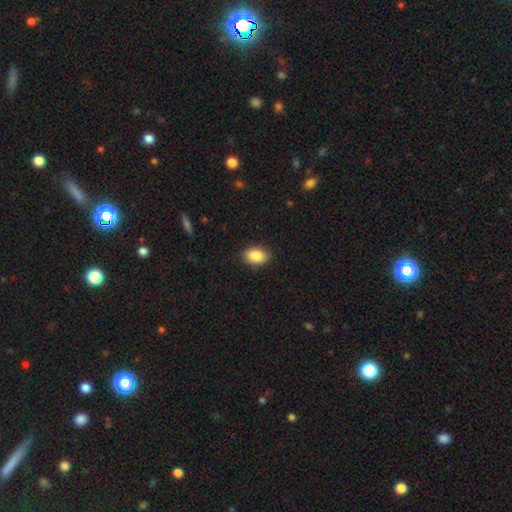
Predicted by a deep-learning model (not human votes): Smooth or featured?
  - smooth: 87% *
  - star or artifact: 7%
  - featured or disk: 5%
How rounded?
  - in between: 85% *
  - round: 14%
  - cigar-shaped: 1%
Merging?
  - none: 88% *
  - minor disturbance: 9%
  - major disturbance: 2%
  - merger: 1%